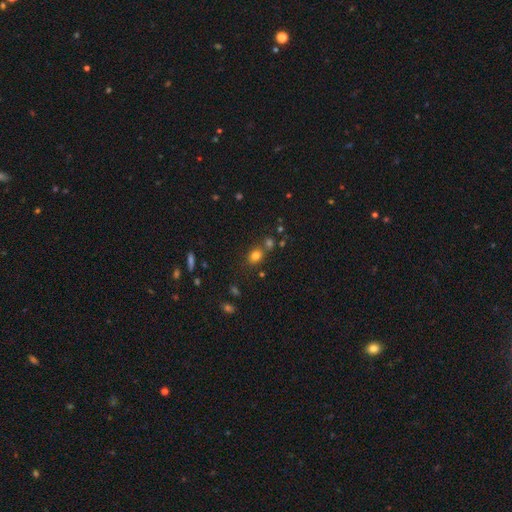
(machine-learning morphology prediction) Smooth or featured? smooth (76%)
How rounded? round (60%)
Merging? none (67%)